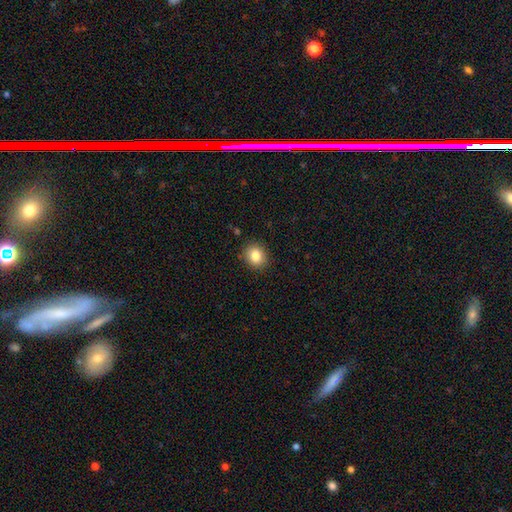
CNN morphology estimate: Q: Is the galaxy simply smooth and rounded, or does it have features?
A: smooth — 84%.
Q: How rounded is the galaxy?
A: round — 75%.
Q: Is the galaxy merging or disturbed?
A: none — 89%.